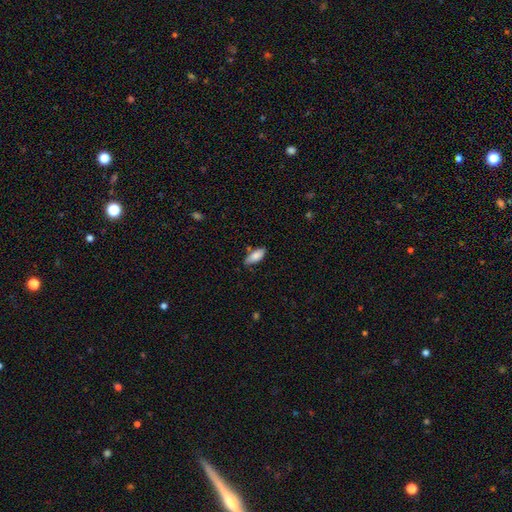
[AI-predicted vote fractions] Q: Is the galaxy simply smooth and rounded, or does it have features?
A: smooth — 84%.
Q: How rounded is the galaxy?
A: in between — 83%.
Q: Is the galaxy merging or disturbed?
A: none — 71%.